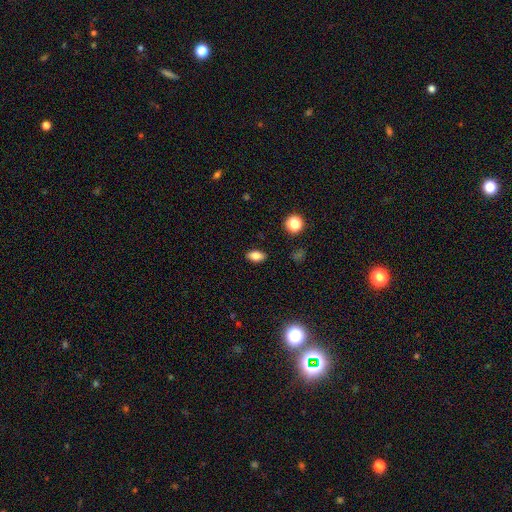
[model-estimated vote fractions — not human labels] Smooth or featured? Predicted: smooth (p=0.82). How rounded? Predicted: in between (p=0.88). Merging? Predicted: none (p=0.88).